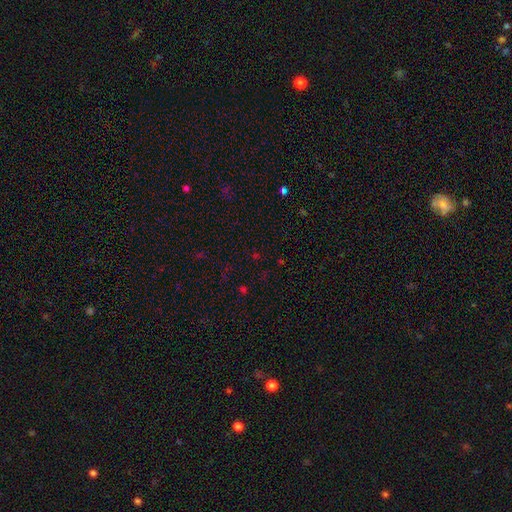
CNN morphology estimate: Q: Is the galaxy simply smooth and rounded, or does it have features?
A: star or artifact — 61%.